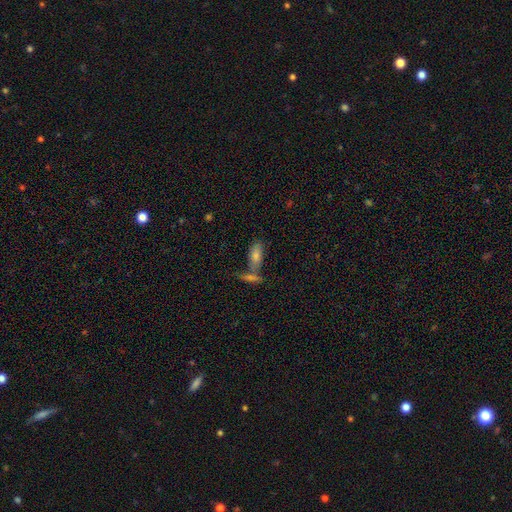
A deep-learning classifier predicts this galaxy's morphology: smooth_or_featured: smooth (p=0.66) [alt: featured or disk p=0.22]
how_rounded: in between (p=0.76) [alt: cigar-shaped p=0.21]
merging: none (p=0.48) [alt: merger p=0.36]